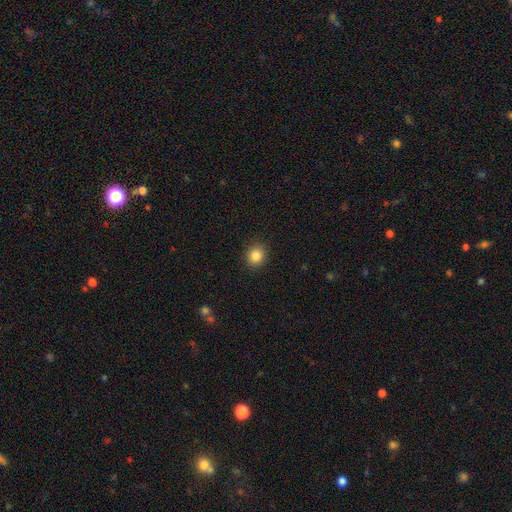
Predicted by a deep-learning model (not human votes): Smooth or featured: smooth — 85% (star or artifact — 10%)
How rounded: round — 76% (in between — 23%)
Merging: none — 90% (minor disturbance — 7%)